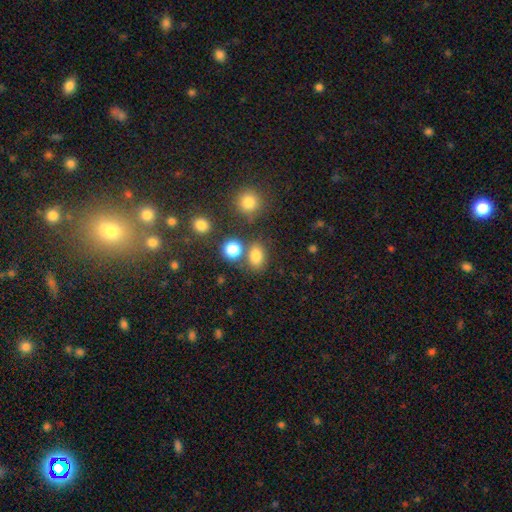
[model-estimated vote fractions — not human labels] Overall: smooth (78%). How rounded: in between (62%; round 36%). Merging: none (70%).